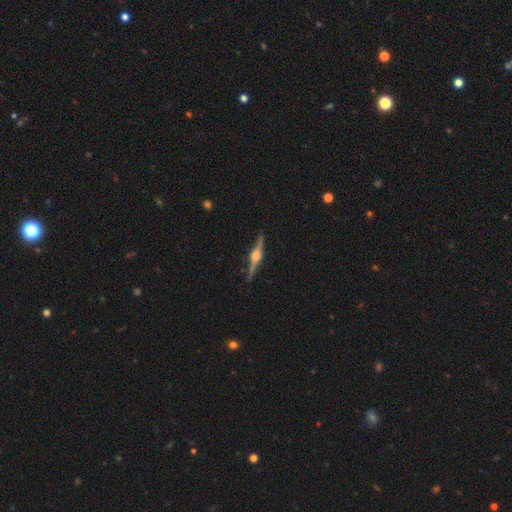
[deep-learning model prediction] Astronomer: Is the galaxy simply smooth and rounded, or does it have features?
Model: featured or disk — 86%.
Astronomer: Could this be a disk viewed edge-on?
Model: yes — 98%.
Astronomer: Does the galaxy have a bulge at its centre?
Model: rounded — 90%.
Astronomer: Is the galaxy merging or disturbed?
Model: none — 91%.